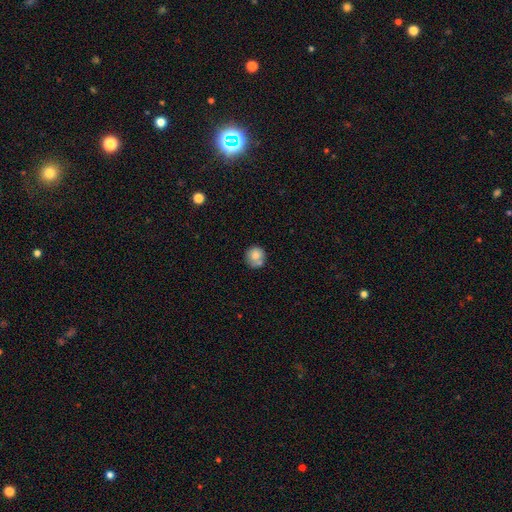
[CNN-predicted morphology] smooth 77%, featured or disk 15%, star or artifact 9%. Down the decision tree: how rounded — round (90%); merging — none (59%).